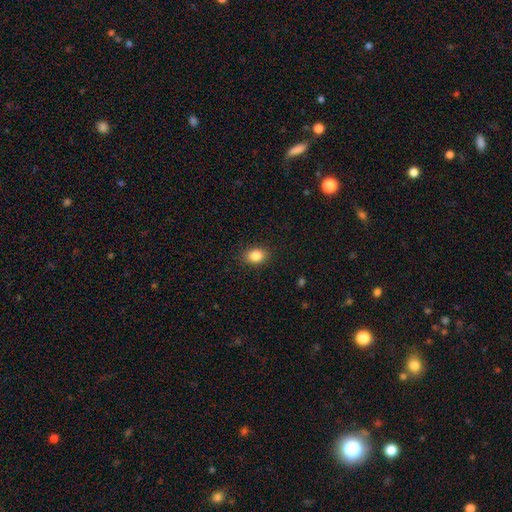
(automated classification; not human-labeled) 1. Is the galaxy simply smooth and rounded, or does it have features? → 85% smooth, 10% star or artifact, 6% featured or disk.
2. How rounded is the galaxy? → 66% in between, 33% round, 1% cigar-shaped.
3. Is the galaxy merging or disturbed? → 88% none, 9% minor disturbance, 2% major disturbance, 1% merger.